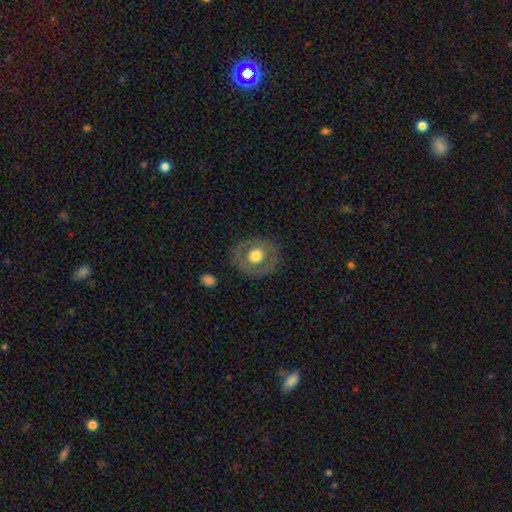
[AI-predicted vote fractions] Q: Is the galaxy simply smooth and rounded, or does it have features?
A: smooth — 49%.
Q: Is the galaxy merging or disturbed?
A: none — 81%.